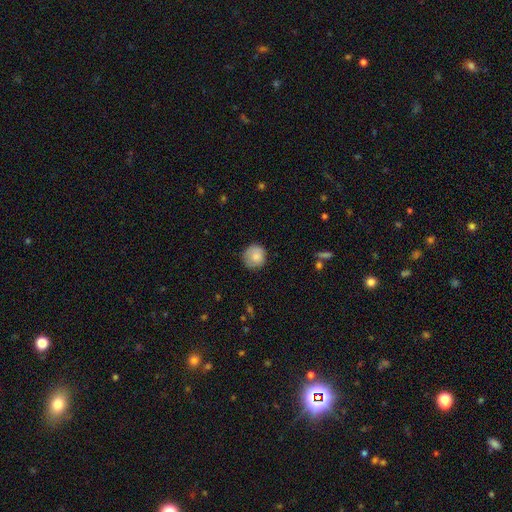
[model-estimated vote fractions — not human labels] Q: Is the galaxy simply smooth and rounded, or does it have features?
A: smooth — 81%.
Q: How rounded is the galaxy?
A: round — 91%.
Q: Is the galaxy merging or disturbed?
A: none — 78%.